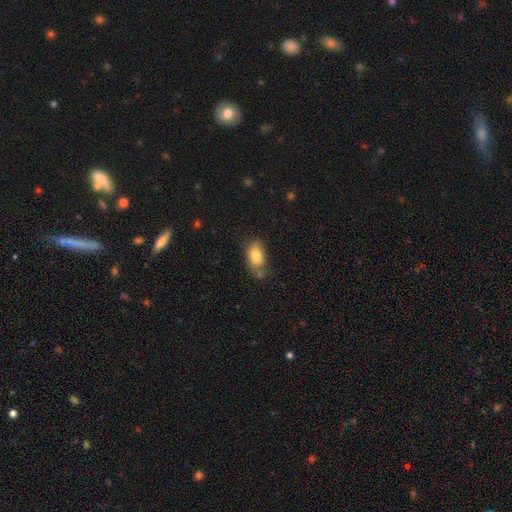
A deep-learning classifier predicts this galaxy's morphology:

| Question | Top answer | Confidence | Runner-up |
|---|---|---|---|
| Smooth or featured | smooth | 81% | featured or disk (11%) |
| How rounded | in between | 88% | round (9%) |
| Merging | none | 64% | minor disturbance (19%) |